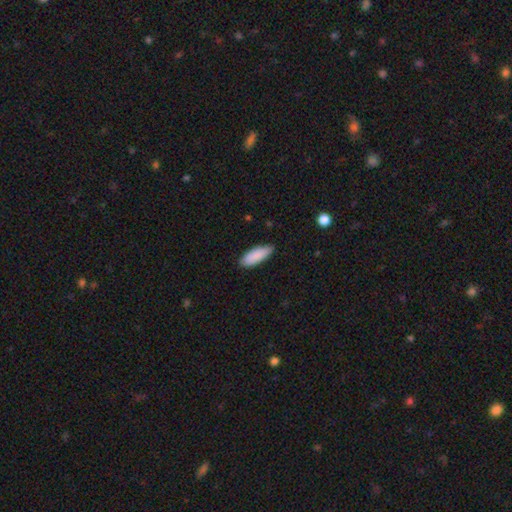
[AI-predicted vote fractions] This is clearly a smooth galaxy (89%). How rounded: likely in between (70%). Merging: clearly none (84%).